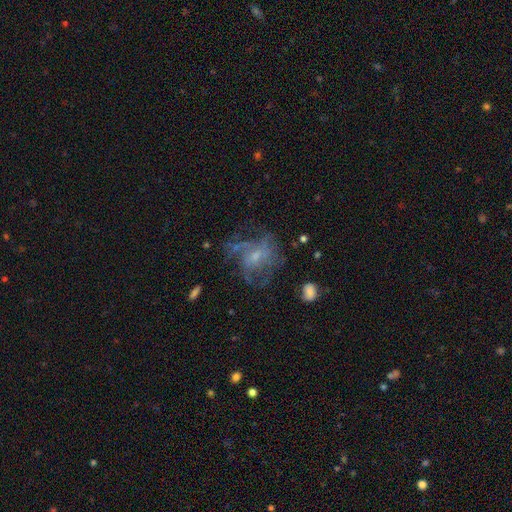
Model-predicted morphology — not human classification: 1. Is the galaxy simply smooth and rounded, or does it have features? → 66% featured or disk, 21% smooth, 14% star or artifact.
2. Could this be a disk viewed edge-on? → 97% no, 3% yes.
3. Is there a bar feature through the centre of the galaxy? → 65% no, 30% weak, 5% strong.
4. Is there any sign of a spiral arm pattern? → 62% yes, 38% no.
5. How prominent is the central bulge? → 52% small, 33% moderate, 11% none, 3% large, 1% dominant.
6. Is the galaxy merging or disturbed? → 47% none, 30% major disturbance, 19% minor disturbance, 3% merger.